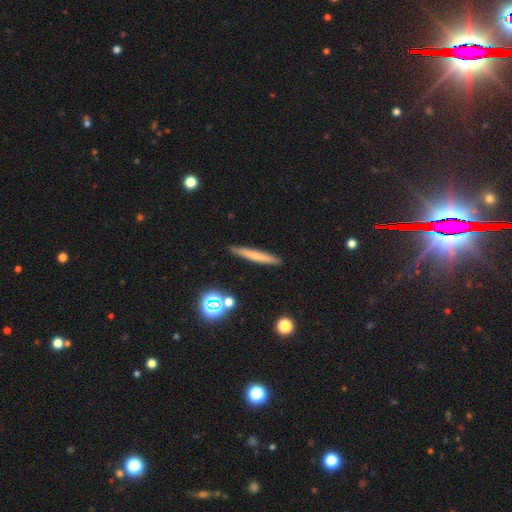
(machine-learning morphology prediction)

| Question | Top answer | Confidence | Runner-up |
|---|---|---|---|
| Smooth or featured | smooth | 61% | featured or disk (29%) |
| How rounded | cigar-shaped | 95% | in between (3%) |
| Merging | none | 90% | minor disturbance (6%) |